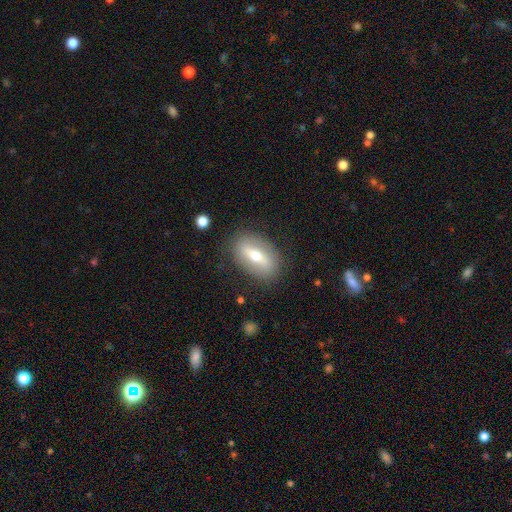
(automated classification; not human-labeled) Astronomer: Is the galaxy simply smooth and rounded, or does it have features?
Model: featured or disk — 51% (runner-up: smooth, 42%).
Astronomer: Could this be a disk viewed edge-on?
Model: no — 70%.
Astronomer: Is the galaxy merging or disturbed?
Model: none — 84%.